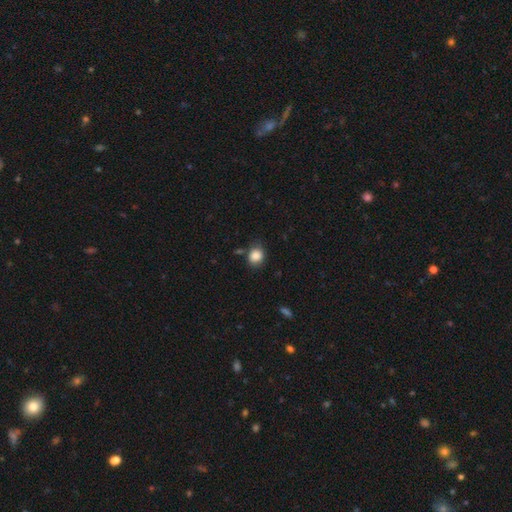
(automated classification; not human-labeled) A smooth galaxy with no disk features (86%) that is round (67%).

Vote fractions:
- Smooth or featured? smooth: 86% / star or artifact: 10% / featured or disk: 5%
- How rounded? round: 67% / in between: 32% / cigar-shaped: 1%
- Merging? none: 72% / minor disturbance: 19% / merger: 5% / major disturbance: 5%